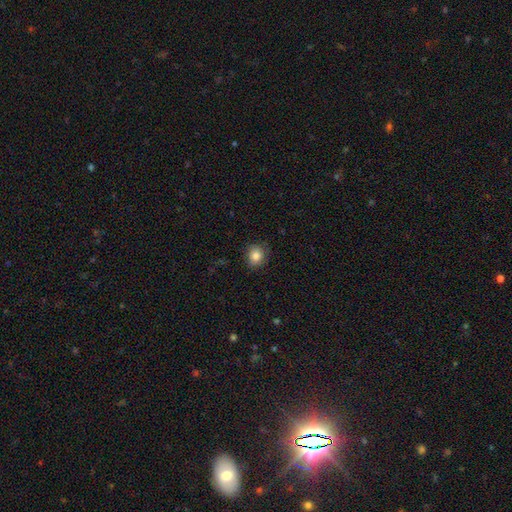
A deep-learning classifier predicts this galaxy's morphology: Smooth or featured? Predicted: smooth (p=0.84). How rounded? Predicted: round (p=0.74). Merging? Predicted: none (p=0.82).